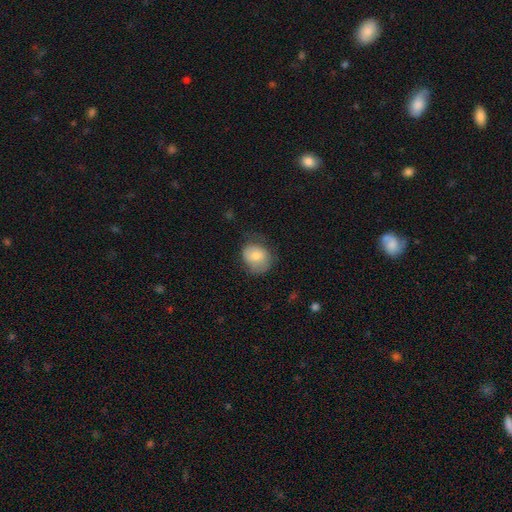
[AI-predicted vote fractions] A smooth galaxy with no disk features (74%) that is round (60%).

Vote fractions:
- Smooth or featured? smooth: 74% / featured or disk: 19% / star or artifact: 8%
- How rounded? round: 60% / in between: 39% / cigar-shaped: 1%
- Merging? none: 56% / minor disturbance: 29% / major disturbance: 14% / merger: 1%